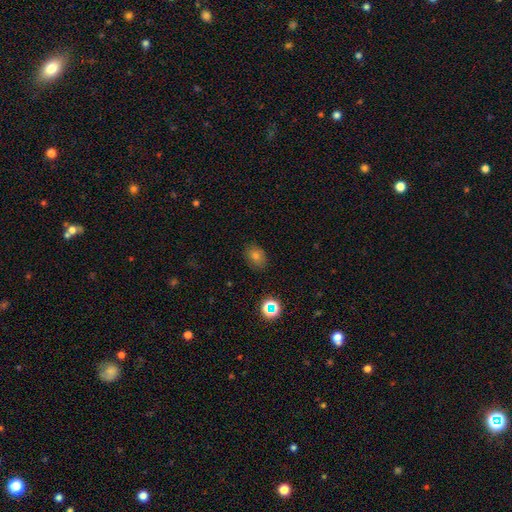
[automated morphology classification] A smooth galaxy with no disk features (71%) that is in between round and cigar-shaped (58%). Merging: none (84%).